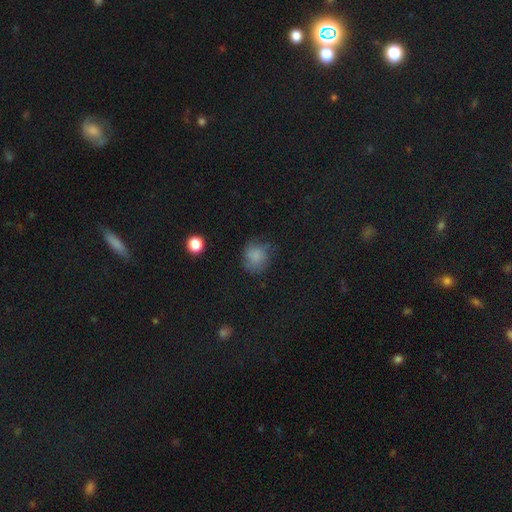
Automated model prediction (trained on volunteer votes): Morphology: type=smooth (75%); roundness=round (79%); merging=none (63%).